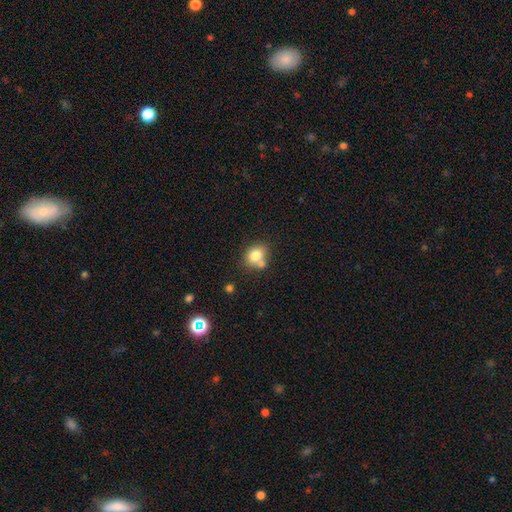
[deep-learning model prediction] smooth_or_featured: smooth (p=0.79) [alt: featured or disk p=0.11]
how_rounded: round (p=0.54) [alt: in between p=0.45]
merging: none (p=0.57) [alt: merger p=0.25]